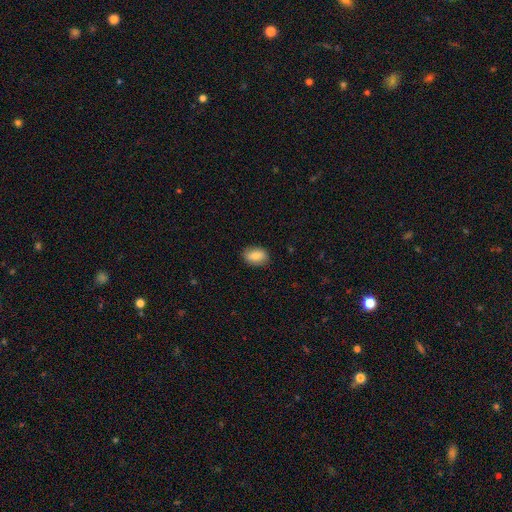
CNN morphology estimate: smooth 83%, featured or disk 10%, star or artifact 7%. Down the decision tree: how rounded — in between (82%); merging — none (86%).